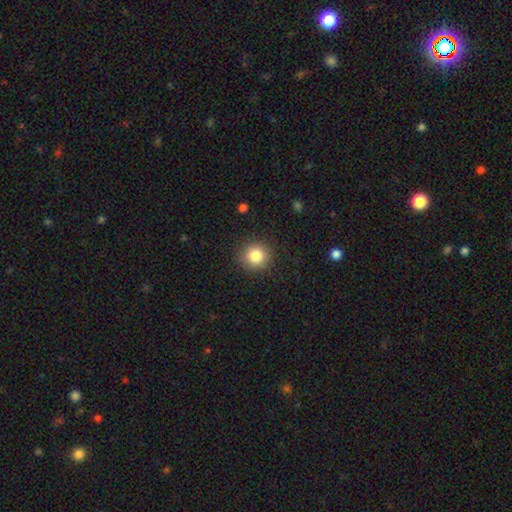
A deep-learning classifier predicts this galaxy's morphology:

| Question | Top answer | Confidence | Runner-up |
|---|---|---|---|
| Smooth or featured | smooth | 84% | star or artifact (10%) |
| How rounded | round | 92% | in between (7%) |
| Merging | none | 89% | minor disturbance (7%) |